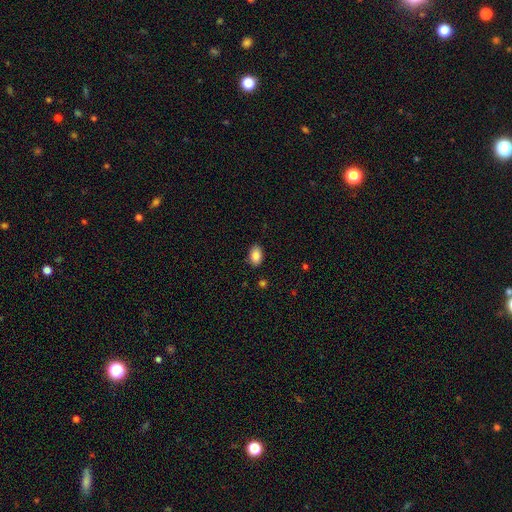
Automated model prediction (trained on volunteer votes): A smooth galaxy with no disk features (87%) that is in between round and cigar-shaped (87%). Merging: none (85%).